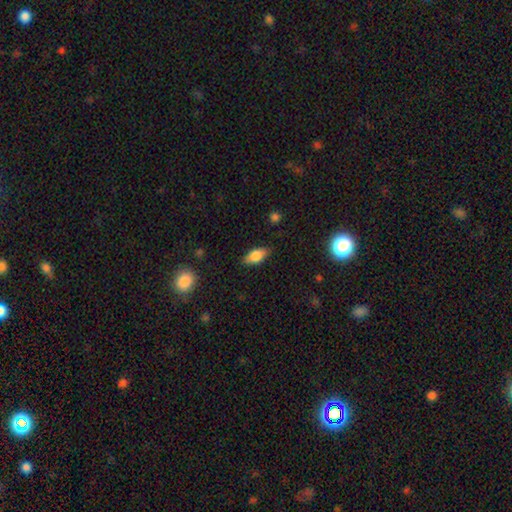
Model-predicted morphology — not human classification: Smooth or featured?
  - smooth: 77% *
  - featured or disk: 15%
  - star or artifact: 8%
How rounded?
  - in between: 85% *
  - cigar-shaped: 11%
  - round: 4%
Merging?
  - none: 82% *
  - minor disturbance: 13%
  - major disturbance: 3%
  - merger: 1%